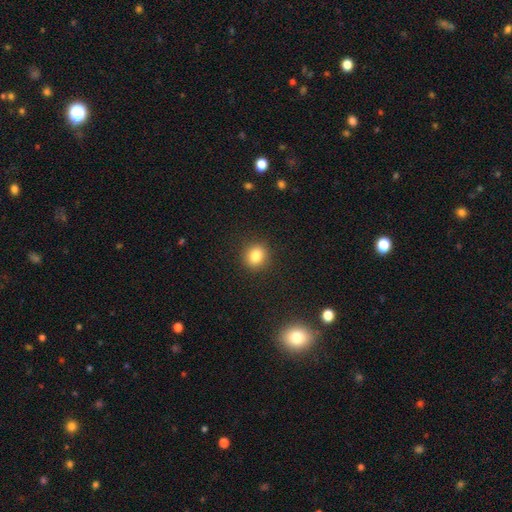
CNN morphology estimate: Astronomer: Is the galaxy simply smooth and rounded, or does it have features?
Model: smooth — 83%.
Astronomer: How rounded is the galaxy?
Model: round — 71%.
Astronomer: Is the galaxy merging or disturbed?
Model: none — 90%.